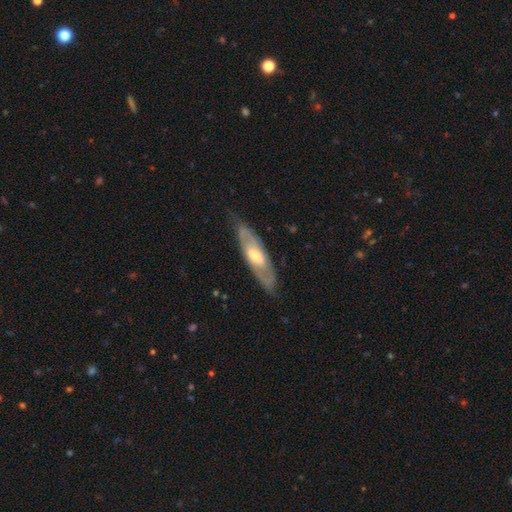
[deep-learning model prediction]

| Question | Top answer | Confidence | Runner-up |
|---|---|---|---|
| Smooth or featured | featured or disk | 68% | smooth (27%) |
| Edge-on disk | no | 68% | yes (32%) |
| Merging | none | 73% | minor disturbance (20%) |